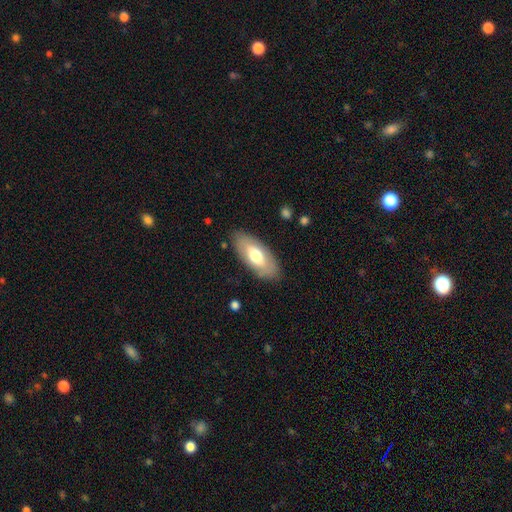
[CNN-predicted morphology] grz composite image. It shows a smooth galaxy with no disk features (64%) that is in between round and cigar-shaped (88%). Merging: none (84%).